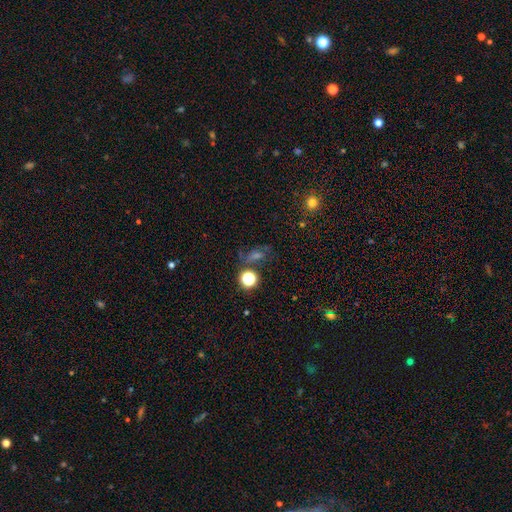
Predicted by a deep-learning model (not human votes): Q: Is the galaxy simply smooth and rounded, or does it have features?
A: star or artifact — 40%.